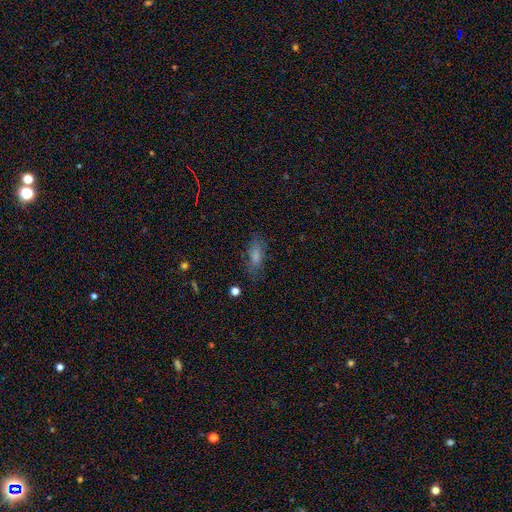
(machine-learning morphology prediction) Smooth or featured?
  - smooth: 74% *
  - featured or disk: 14%
  - star or artifact: 12%
How rounded?
  - in between: 75% *
  - cigar-shaped: 21%
  - round: 3%
Merging?
  - none: 71% *
  - minor disturbance: 19%
  - major disturbance: 7%
  - merger: 2%